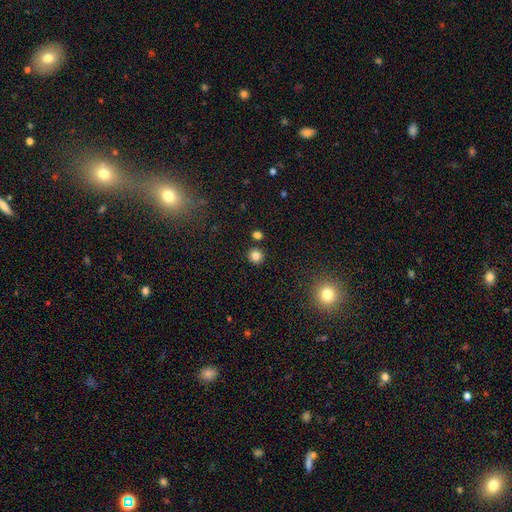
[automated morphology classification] smooth 82%, star or artifact 13%, featured or disk 5%. Down the decision tree: how rounded — round (93%); merging — none (87%).